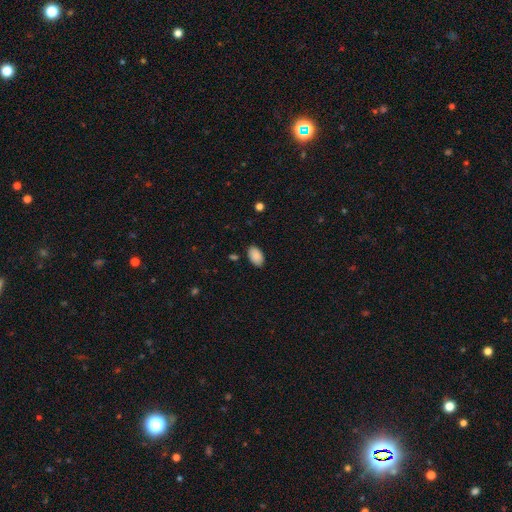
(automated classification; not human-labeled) A smooth galaxy with no disk features (90%) that is in between round and cigar-shaped (93%).

Vote fractions:
- Smooth or featured? smooth: 90% / star or artifact: 7% / featured or disk: 3%
- How rounded? in between: 93% / round: 5% / cigar-shaped: 1%
- Merging? none: 87% / minor disturbance: 9% / major disturbance: 2% / merger: 1%